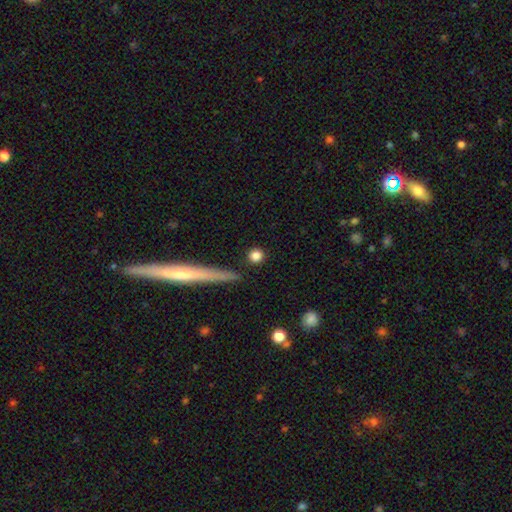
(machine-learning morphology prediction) Smooth or featured?
  - smooth: 84% *
  - star or artifact: 10%
  - featured or disk: 7%
How rounded?
  - round: 91% *
  - in between: 6%
  - cigar-shaped: 3%
Merging?
  - none: 89% *
  - minor disturbance: 6%
  - merger: 3%
  - major disturbance: 2%